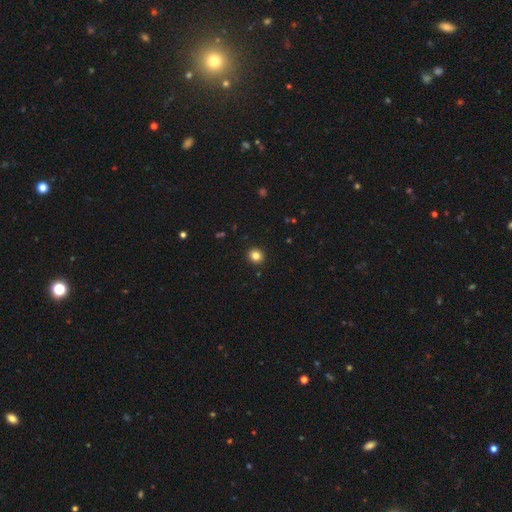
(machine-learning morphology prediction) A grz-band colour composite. It shows a smooth galaxy with no disk features (83%) that is round (89%). Merging: none (93%).